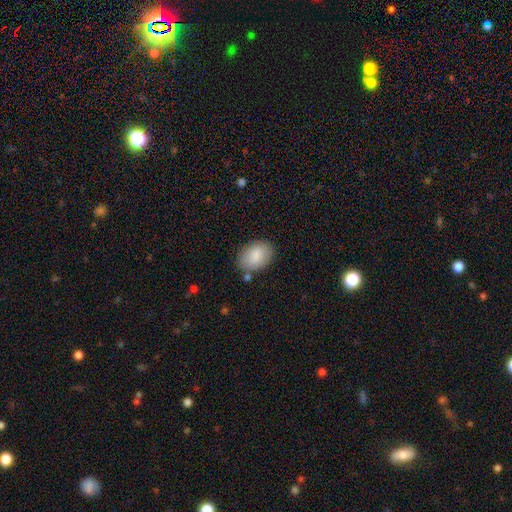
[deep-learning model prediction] Smooth or featured: smooth — 86% (featured or disk — 8%)
How rounded: in between — 89% (round — 10%)
Merging: none — 78% (minor disturbance — 14%)